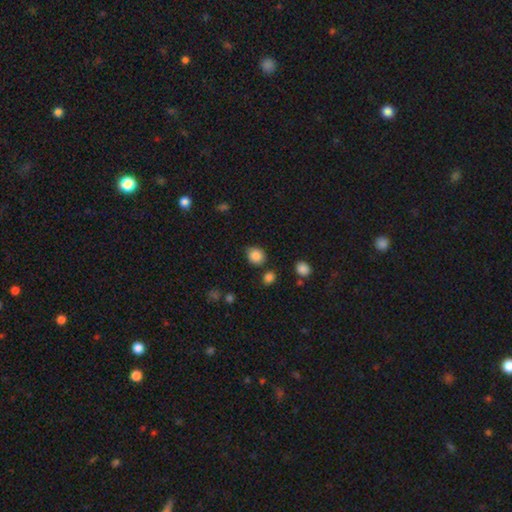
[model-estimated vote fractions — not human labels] Q: Smooth or featured?
A: smooth (85%); runner-up: star or artifact (10%)
Q: How rounded?
A: round (70%); runner-up: in between (29%)
Q: Merging?
A: none (77%); runner-up: minor disturbance (14%)